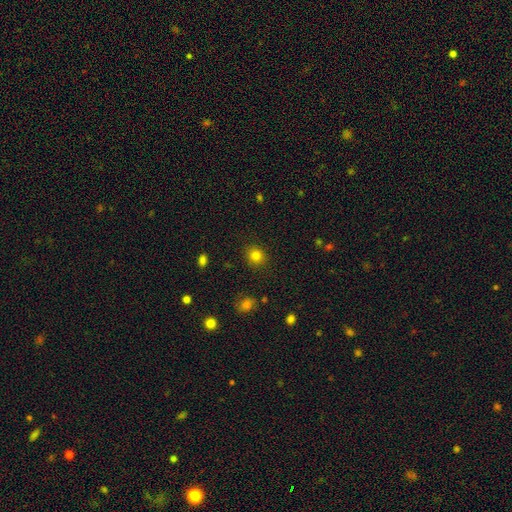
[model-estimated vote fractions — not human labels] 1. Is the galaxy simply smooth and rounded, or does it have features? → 82% smooth, 13% star or artifact, 6% featured or disk.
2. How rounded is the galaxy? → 83% round, 16% in between, 1% cigar-shaped.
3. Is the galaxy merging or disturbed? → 89% none, 7% minor disturbance, 3% major disturbance, 1% merger.